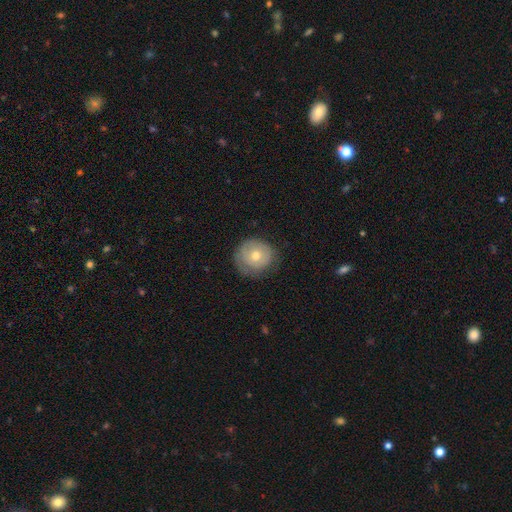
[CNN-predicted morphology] smooth_or_featured: smooth (p=0.59) [alt: featured or disk p=0.34]
how_rounded: round (p=0.87) [alt: in between p=0.12]
merging: none (p=0.68) [alt: minor disturbance p=0.23]